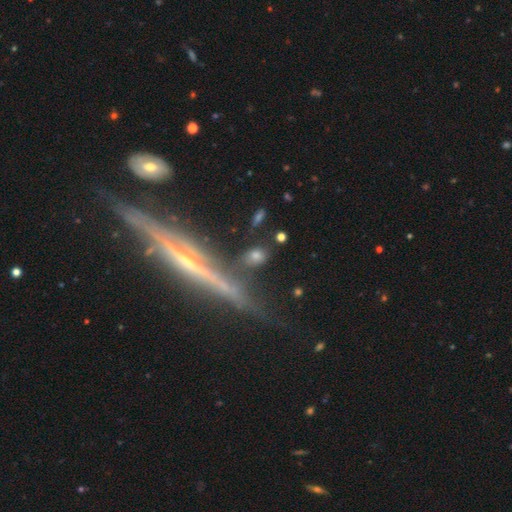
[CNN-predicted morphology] A featured or disk galaxy (51%) viewed edge-on (84%).

Vote fractions:
- Smooth or featured? featured or disk: 51% / smooth: 35% / star or artifact: 14%
- Edge-on disk? yes: 84% / no: 16%
- Merging? none: 67% / minor disturbance: 18% / major disturbance: 7% / merger: 7%